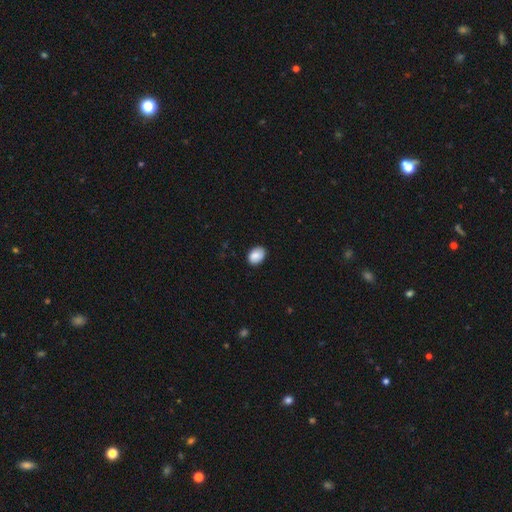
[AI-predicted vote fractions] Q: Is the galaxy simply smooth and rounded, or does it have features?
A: smooth — 88%.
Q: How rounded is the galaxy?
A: in between — 75%.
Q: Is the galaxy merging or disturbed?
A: none — 86%.